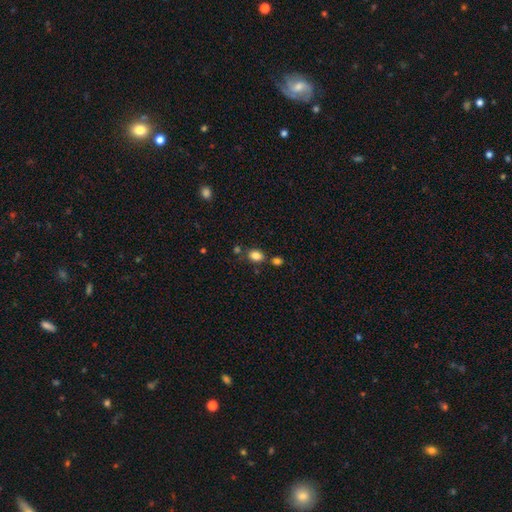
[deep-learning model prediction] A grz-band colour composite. It shows a smooth galaxy with no disk features (84%) that is in between round and cigar-shaped (65%). Merging: none (72%).